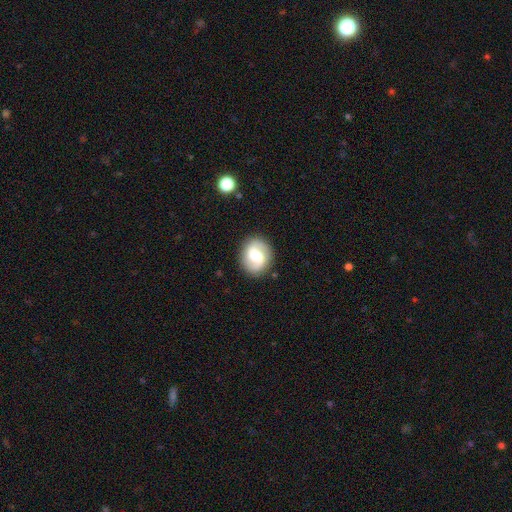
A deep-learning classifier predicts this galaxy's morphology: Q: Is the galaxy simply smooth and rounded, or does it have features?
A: featured or disk — 70%.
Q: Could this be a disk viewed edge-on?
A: no — 98%.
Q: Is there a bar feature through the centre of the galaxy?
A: weak — 50%.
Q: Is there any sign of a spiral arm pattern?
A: yes — 92%.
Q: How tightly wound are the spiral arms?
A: medium — 45%.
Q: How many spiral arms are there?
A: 2 — 91%.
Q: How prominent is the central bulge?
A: moderate — 50%.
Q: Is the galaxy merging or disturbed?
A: none — 86%.